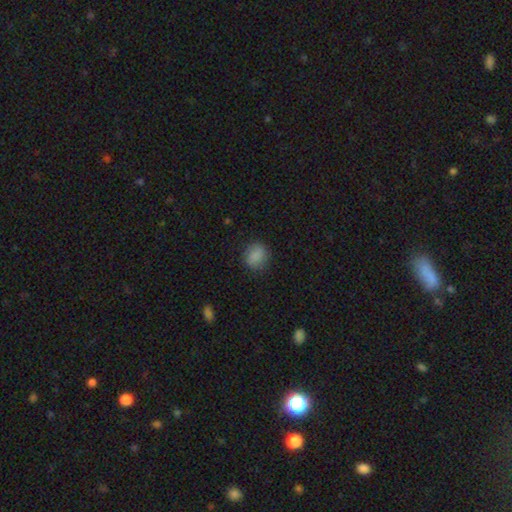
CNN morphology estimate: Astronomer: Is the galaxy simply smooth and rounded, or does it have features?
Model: smooth — 85%.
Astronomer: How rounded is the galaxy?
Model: round — 60% (runner-up: in between, 39%).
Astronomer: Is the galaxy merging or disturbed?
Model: none — 80%.